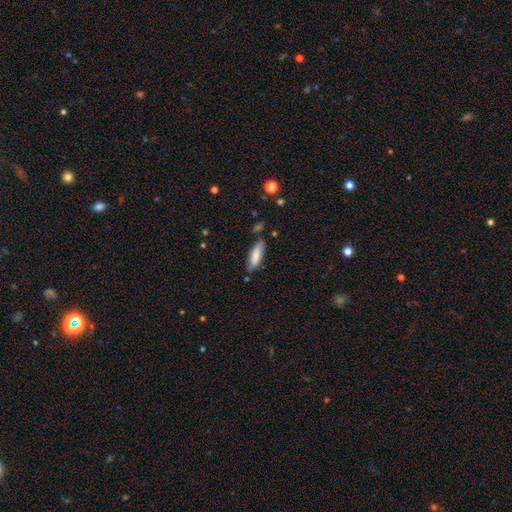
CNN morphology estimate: Smooth or featured?
  - smooth: 79% *
  - featured or disk: 15%
  - star or artifact: 6%
How rounded?
  - cigar-shaped: 52% *
  - in between: 47%
  - round: 2%
Merging?
  - none: 77% *
  - minor disturbance: 16%
  - merger: 4%
  - major disturbance: 3%